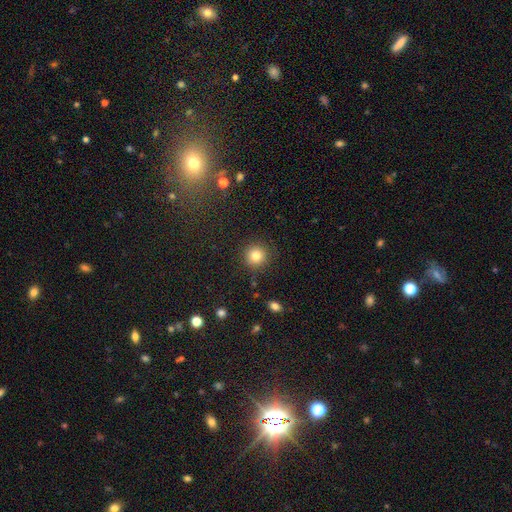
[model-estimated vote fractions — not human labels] This appears to be a smooth galaxy with no disk features (83%) that is round (93%). Merging: none (88%).